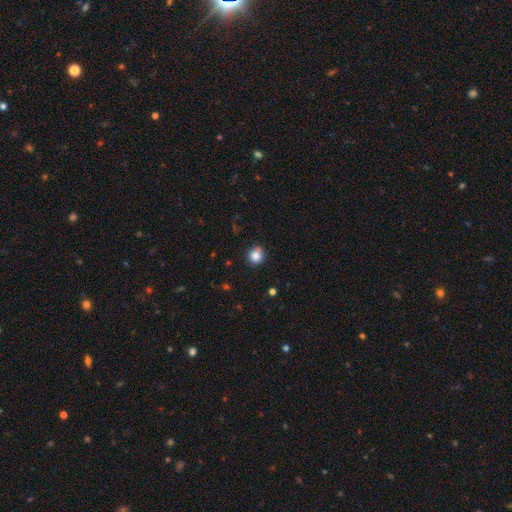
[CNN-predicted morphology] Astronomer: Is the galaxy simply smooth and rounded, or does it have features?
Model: smooth — 84%.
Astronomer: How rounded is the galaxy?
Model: round — 88%.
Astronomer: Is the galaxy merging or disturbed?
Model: none — 80%.